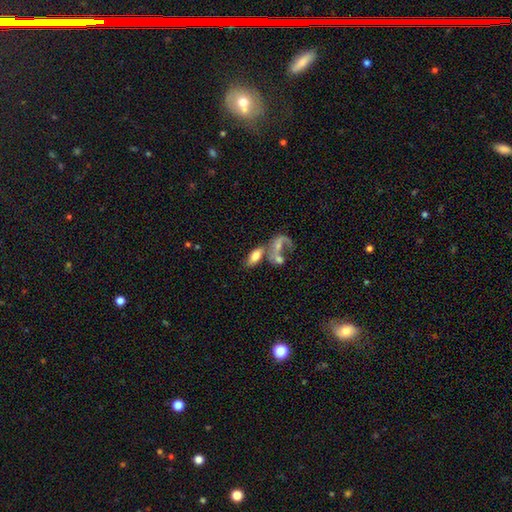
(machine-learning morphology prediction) Smooth or featured? Predicted: smooth (p=0.63). How rounded? Predicted: in between (p=0.84). Merging? Predicted: merger (p=0.51).